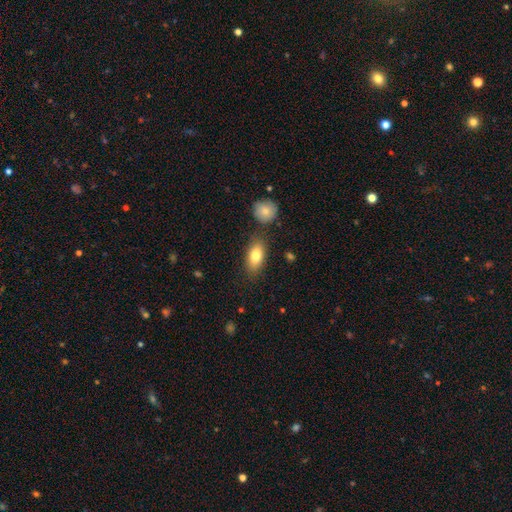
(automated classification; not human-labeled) Smooth or featured?
  - smooth: 79% *
  - featured or disk: 14%
  - star or artifact: 7%
How rounded?
  - in between: 87% *
  - cigar-shaped: 7%
  - round: 6%
Merging?
  - none: 77% *
  - minor disturbance: 12%
  - merger: 7%
  - major disturbance: 3%